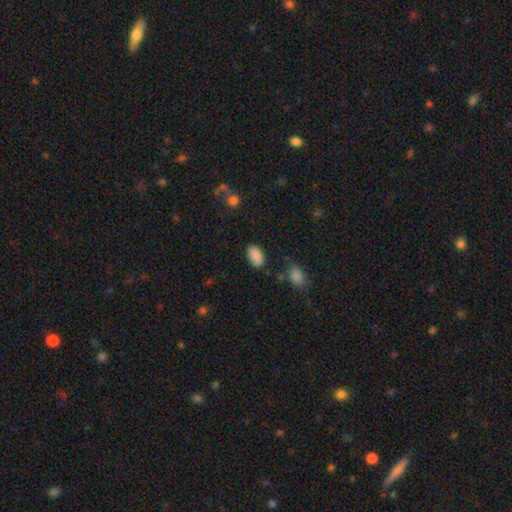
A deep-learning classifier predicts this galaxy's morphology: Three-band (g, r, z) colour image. It shows a smooth galaxy with no disk features (86%) that is in between round and cigar-shaped (90%). Merging: none (73%).